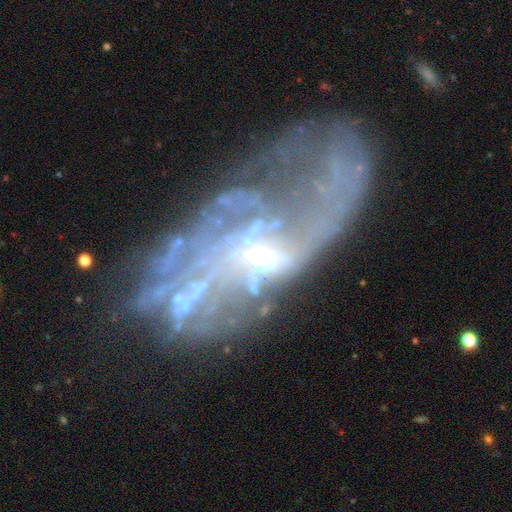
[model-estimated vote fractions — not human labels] smooth_or_featured: featured or disk (p=0.78) [alt: star or artifact p=0.12]
disk_edge_on: no (p=0.94) [alt: yes p=0.06]
bar: no (p=0.56) [alt: weak p=0.34]
has_spiral_arms: yes (p=0.76) [alt: no p=0.24]
spiral_winding: loose (p=0.41) [alt: medium p=0.36]
spiral_arm_count: can't tell (p=0.38) [alt: 2 p=0.32]
bulge_size: small (p=0.61) [alt: moderate p=0.25]
merging: none (p=0.41) [alt: major disturbance p=0.28]